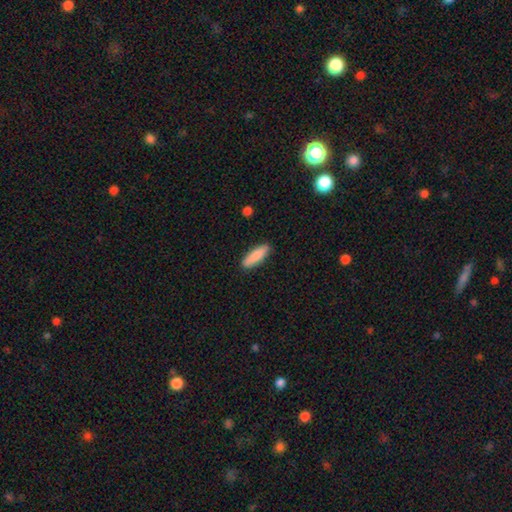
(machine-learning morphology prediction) smooth 86%, featured or disk 9%, star or artifact 6%. Down the decision tree: how rounded — cigar-shaped (57%); merging — none (88%).